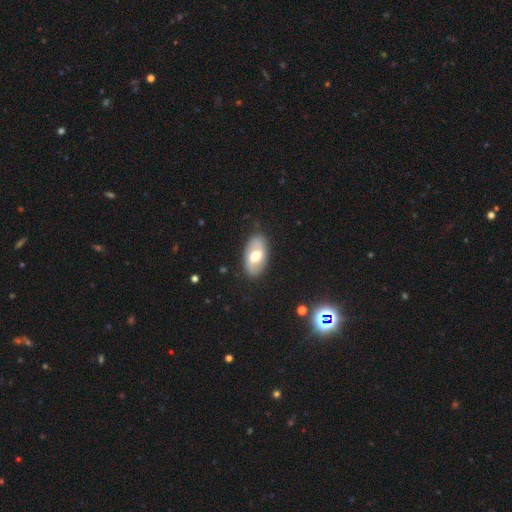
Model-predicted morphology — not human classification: smooth_or_featured: smooth (p=0.47) [tied with: featured or disk p=0.47]
merging: none (p=0.84) [alt: minor disturbance p=0.11]